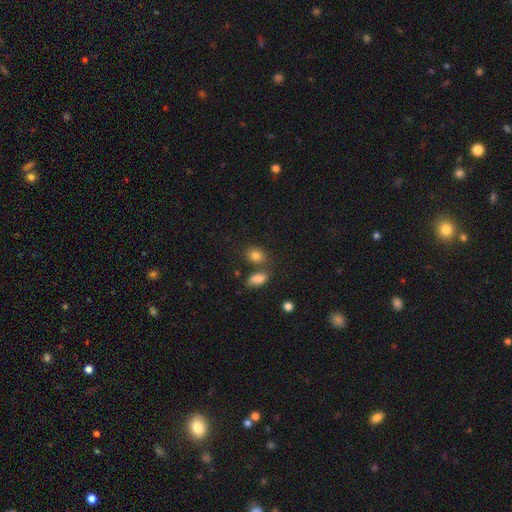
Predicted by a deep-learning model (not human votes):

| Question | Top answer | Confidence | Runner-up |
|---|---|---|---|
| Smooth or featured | smooth | 83% | star or artifact (10%) |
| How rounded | in between | 69% | round (29%) |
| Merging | none | 62% | merger (21%) |